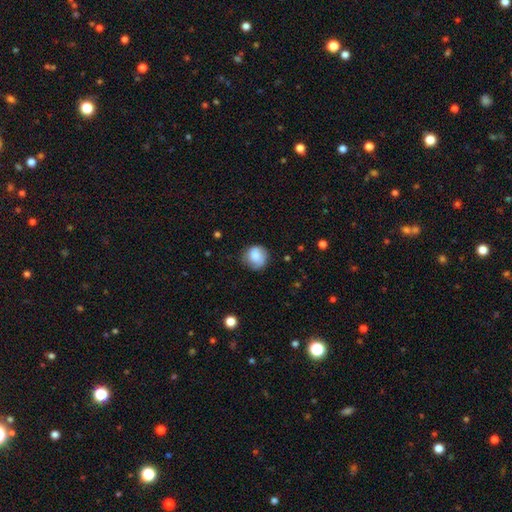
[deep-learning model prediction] This is likely a smooth galaxy (78%). How rounded: clearly round (88%). Merging: likely none (72%).